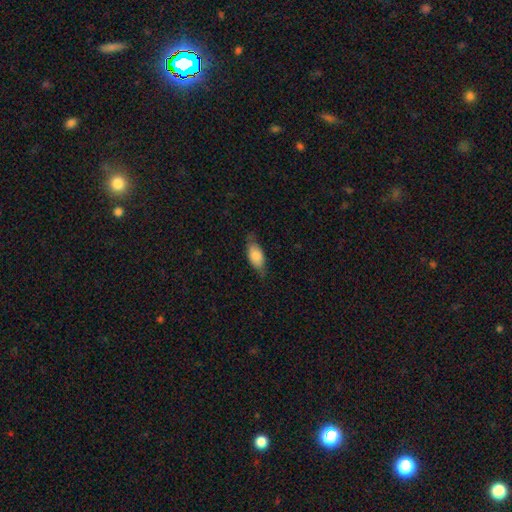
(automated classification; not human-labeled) Smooth or featured? Predicted: smooth (p=0.73). How rounded? Predicted: in between (p=0.85). Merging? Predicted: none (p=0.68).